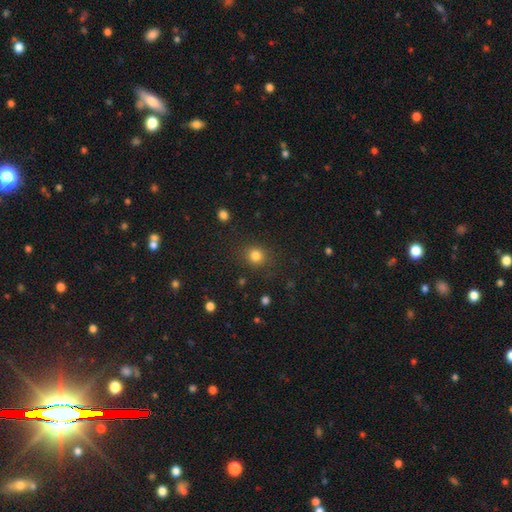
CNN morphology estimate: A smooth galaxy with no disk features (81%) that is round (83%). Merging: none (84%).